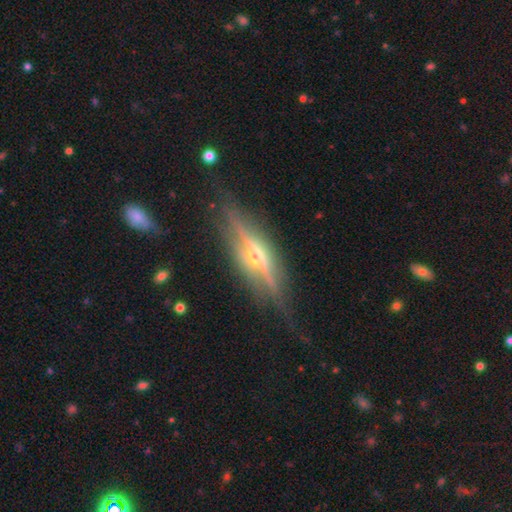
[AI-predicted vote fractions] Smooth or featured?
  - featured or disk: 80% *
  - smooth: 13%
  - star or artifact: 7%
Edge-on disk?
  - yes: 94% *
  - no: 6%
Edge-on bulge?
  - rounded: 87% *
  - boxy: 7%
  - none: 6%
Merging?
  - none: 80% *
  - minor disturbance: 14%
  - major disturbance: 4%
  - merger: 1%